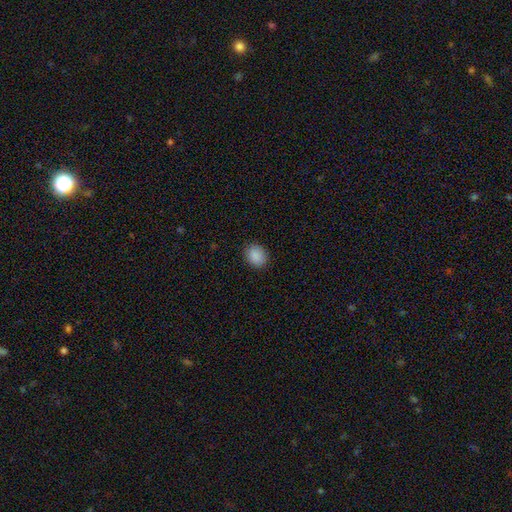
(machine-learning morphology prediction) Smooth or featured? Predicted: smooth (p=0.88). How rounded? Predicted: in between (p=0.52). Merging? Predicted: none (p=0.89).